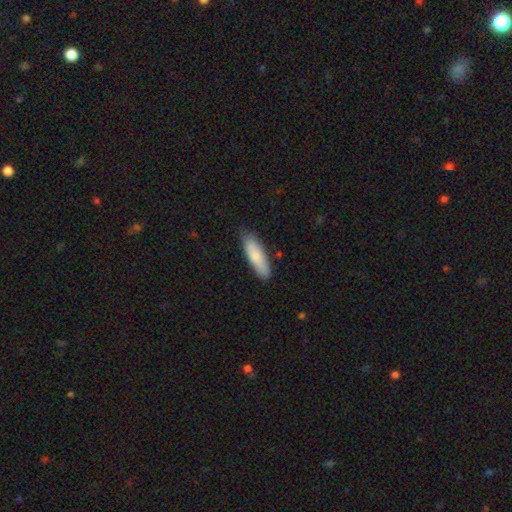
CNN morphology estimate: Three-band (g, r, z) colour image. It shows a smooth galaxy with no disk features (80%) that is cigar-shaped (50%). Merging: none (80%).